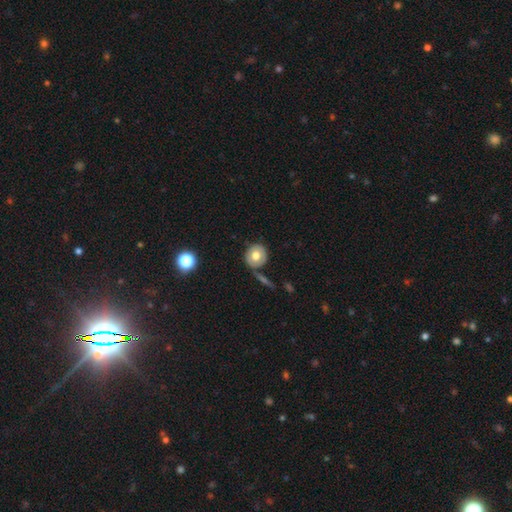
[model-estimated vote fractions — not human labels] Smooth or featured?
  - smooth: 66% *
  - featured or disk: 25%
  - star or artifact: 8%
How rounded?
  - round: 85% *
  - in between: 14%
  - cigar-shaped: 1%
Merging?
  - none: 76% *
  - minor disturbance: 12%
  - merger: 8%
  - major disturbance: 4%